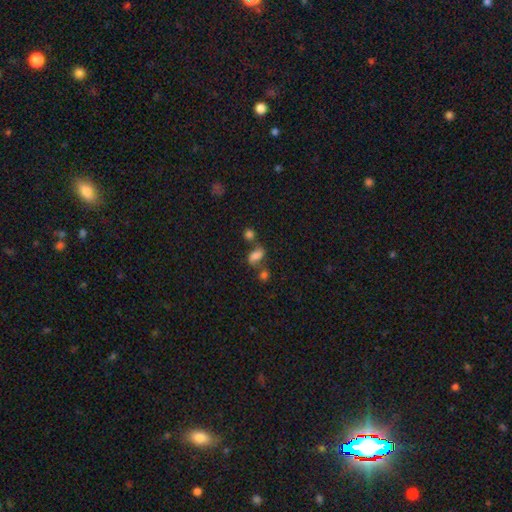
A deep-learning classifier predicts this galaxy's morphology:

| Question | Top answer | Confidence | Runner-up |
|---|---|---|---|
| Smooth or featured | smooth | 65% | featured or disk (19%) |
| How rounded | in between | 80% | round (17%) |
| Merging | none | 45% | merger (26%) |